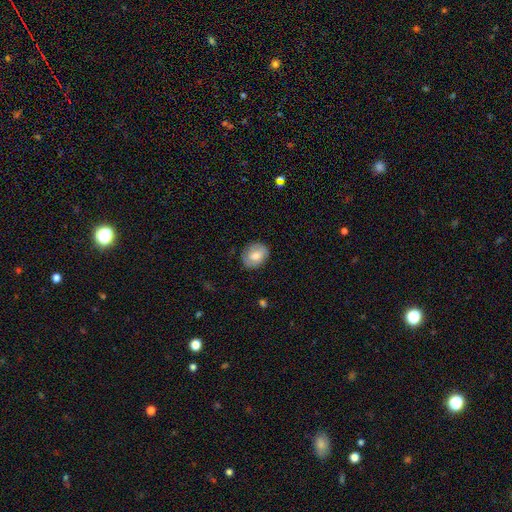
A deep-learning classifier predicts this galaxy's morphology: A smooth galaxy with no disk features (53%) that is round (52%). Merging: none (79%).